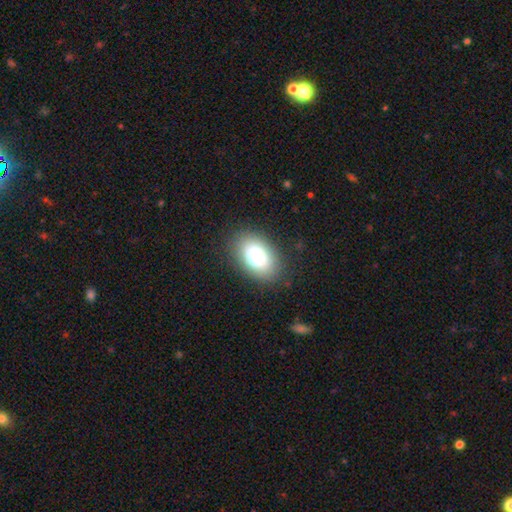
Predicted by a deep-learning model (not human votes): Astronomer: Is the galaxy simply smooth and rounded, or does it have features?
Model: smooth — 84%.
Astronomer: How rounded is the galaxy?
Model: in between — 91%.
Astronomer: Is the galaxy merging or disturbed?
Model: none — 84%.